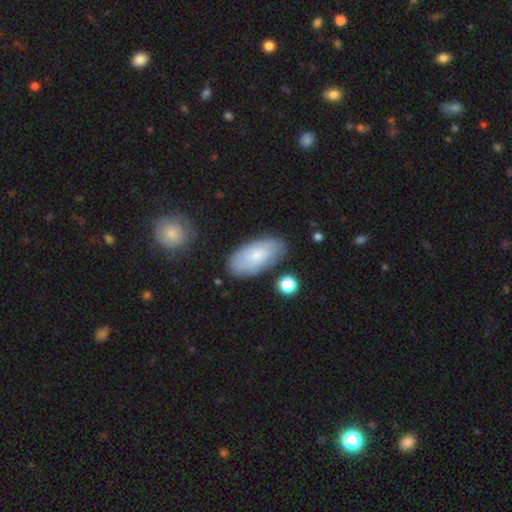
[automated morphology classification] A smooth galaxy with no disk features (64%) that is in between round and cigar-shaped (92%).

Vote fractions:
- Smooth or featured? smooth: 64% / featured or disk: 29% / star or artifact: 7%
- How rounded? in between: 92% / cigar-shaped: 5% / round: 3%
- Merging? none: 76% / minor disturbance: 16% / major disturbance: 4% / merger: 4%